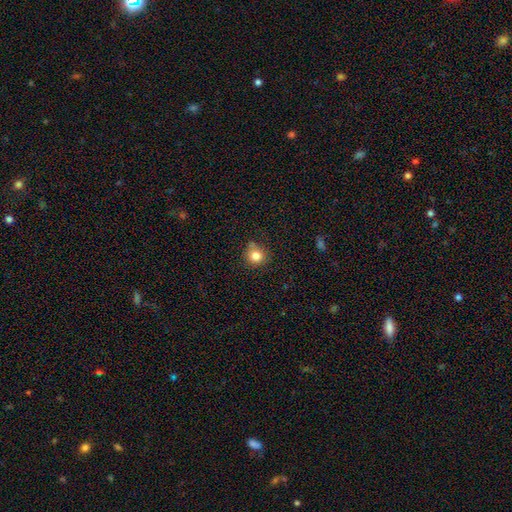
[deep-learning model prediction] Q: Smooth or featured?
A: smooth (82%); runner-up: star or artifact (11%)
Q: How rounded?
A: round (87%); runner-up: in between (12%)
Q: Merging?
A: none (70%); runner-up: minor disturbance (20%)